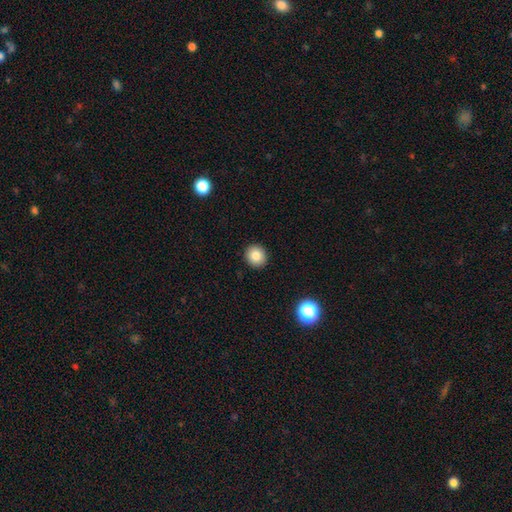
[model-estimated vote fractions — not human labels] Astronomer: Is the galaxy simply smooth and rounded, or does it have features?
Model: smooth — 83%.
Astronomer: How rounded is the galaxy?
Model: round — 88%.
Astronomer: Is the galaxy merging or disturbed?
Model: none — 93%.